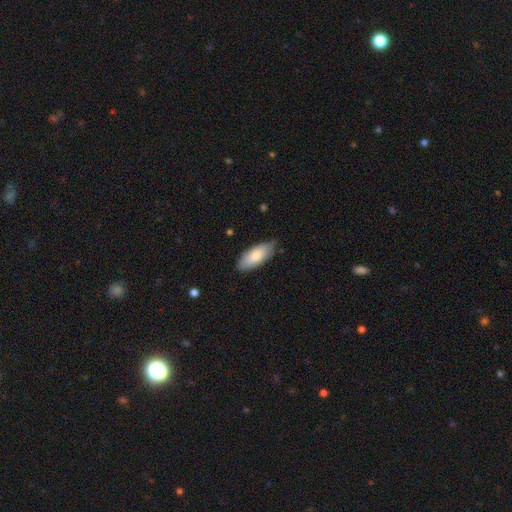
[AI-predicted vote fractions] smooth_or_featured: smooth (p=0.81) [alt: featured or disk p=0.14]
how_rounded: in between (p=0.83) [alt: cigar-shaped p=0.15]
merging: none (p=0.76) [alt: minor disturbance p=0.19]